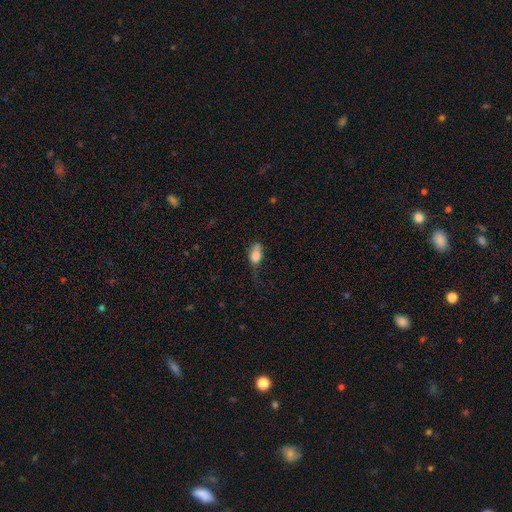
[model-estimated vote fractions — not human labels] Morphology: type=smooth (80%); roundness=in between (82%); merging=minor disturbance (38%).